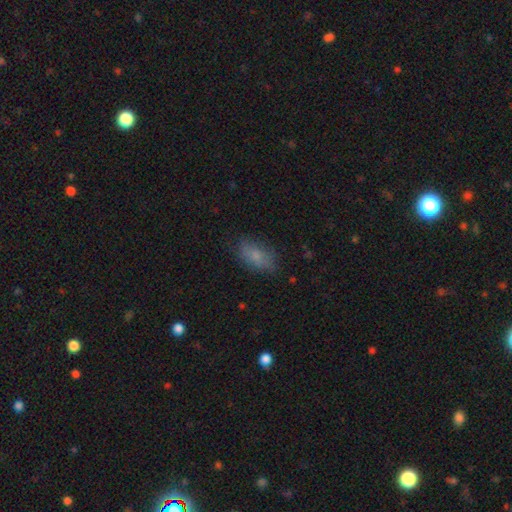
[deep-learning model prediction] Smooth or featured: smooth — 79% (featured or disk — 13%)
How rounded: in between — 89% (cigar-shaped — 6%)
Merging: none — 76% (minor disturbance — 18%)